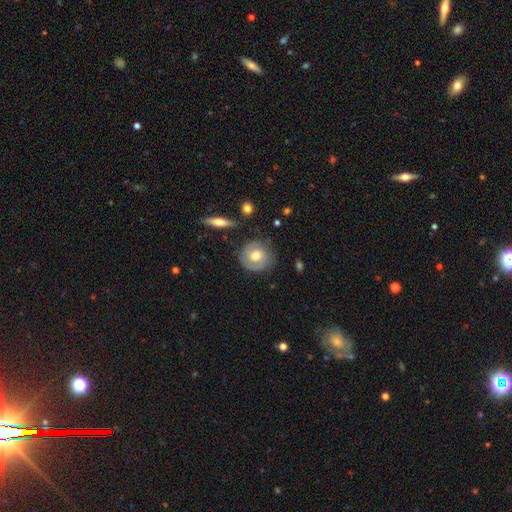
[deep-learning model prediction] Smooth or featured?
  - featured or disk: 59% *
  - smooth: 35%
  - star or artifact: 6%
Edge-on disk?
  - no: 94% *
  - yes: 6%
Bar?
  - no: 69% *
  - weak: 26%
  - strong: 5%
Spiral arms?
  - yes: 77% *
  - no: 23%
Bulge size?
  - moderate: 73% *
  - large: 17%
  - small: 8%
  - dominant: 1%
  - none: 1%
Merging?
  - none: 79% *
  - minor disturbance: 15%
  - major disturbance: 4%
  - merger: 2%